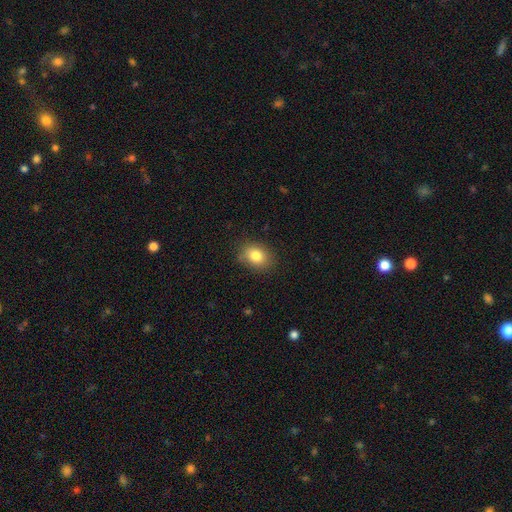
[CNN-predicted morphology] Smooth or featured: smooth — 81% (star or artifact — 10%)
How rounded: in between — 57% (round — 42%)
Merging: none — 83% (minor disturbance — 13%)